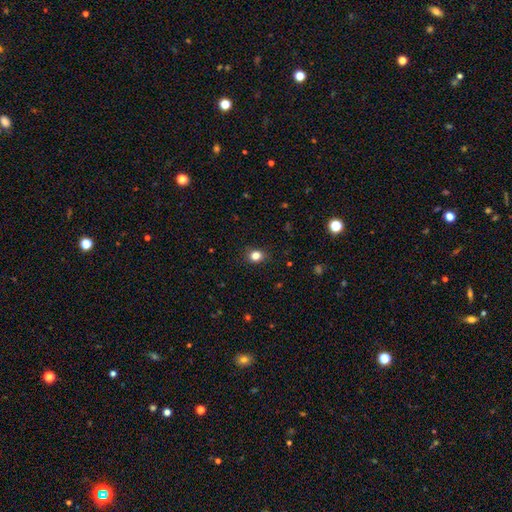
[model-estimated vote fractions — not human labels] smooth_or_featured: smooth (p=0.83) [alt: star or artifact p=0.12]
how_rounded: round (p=0.66) [alt: in between p=0.33]
merging: none (p=0.88) [alt: minor disturbance p=0.09]